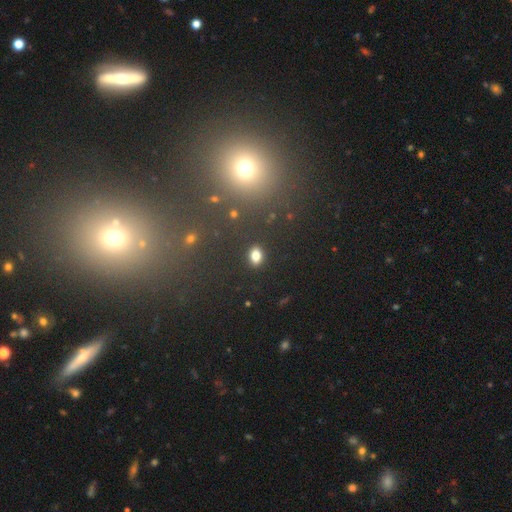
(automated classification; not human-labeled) Smooth or featured: smooth — 80% (star or artifact — 12%)
How rounded: in between — 77% (round — 21%)
Merging: none — 88% (minor disturbance — 8%)